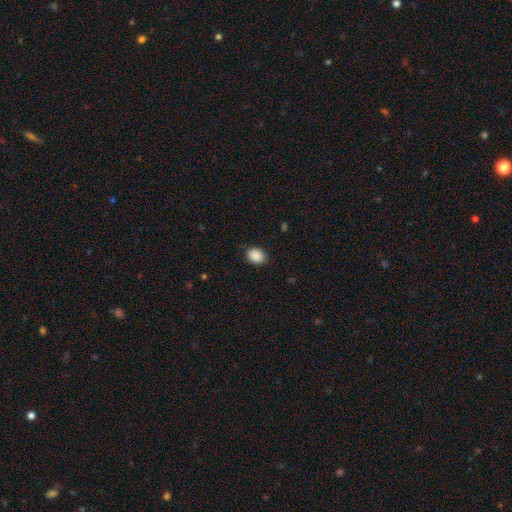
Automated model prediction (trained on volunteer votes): A smooth galaxy with no disk features (90%) that is in between round and cigar-shaped (71%).

Vote fractions:
- Smooth or featured? smooth: 90% / star or artifact: 8% / featured or disk: 2%
- How rounded? in between: 71% / round: 28% / cigar-shaped: 1%
- Merging? none: 86% / minor disturbance: 10% / major disturbance: 2% / merger: 1%